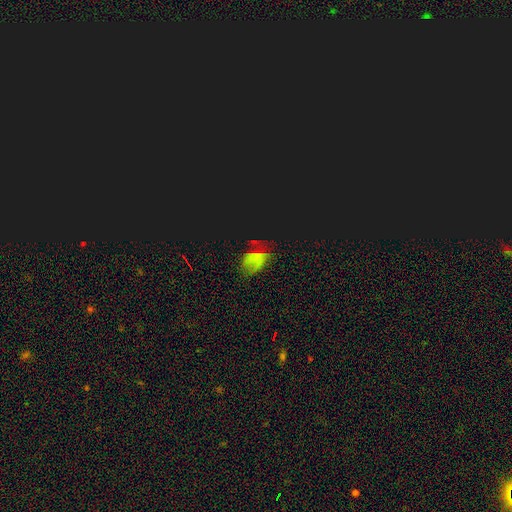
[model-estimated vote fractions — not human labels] Morphology: type=star or artifact (49%).